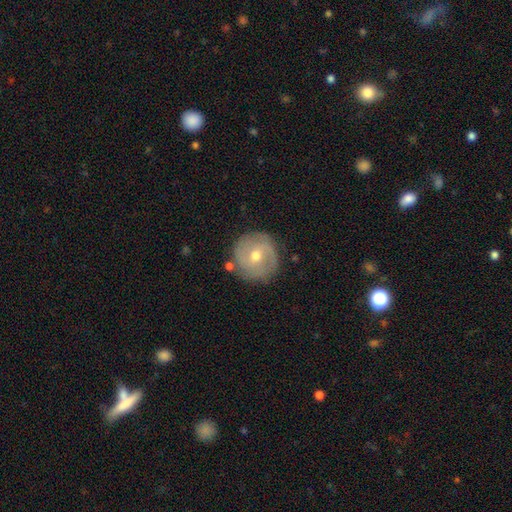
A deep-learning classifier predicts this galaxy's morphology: Smooth or featured: featured or disk — 60% (smooth — 32%)
Edge-on disk: no — 96% (yes — 4%)
Bar: no — 53% (weak — 38%)
Spiral arms: yes — 76% (no — 24%)
Bulge size: moderate — 71% (small — 25%)
Merging: none — 80% (minor disturbance — 14%)